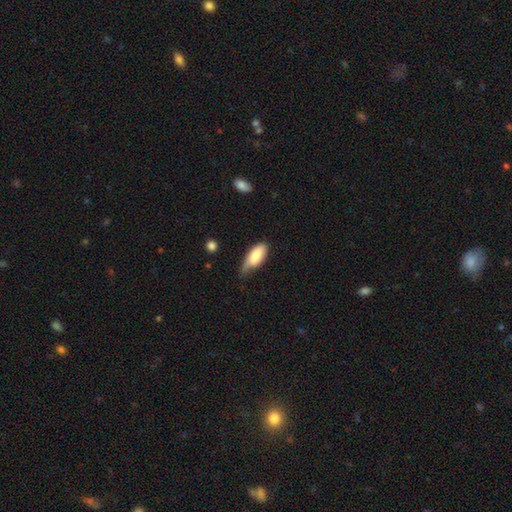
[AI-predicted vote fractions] smooth 80%, featured or disk 14%, star or artifact 6%. Down the decision tree: how rounded — in between (84%); merging — minor disturbance (49%).